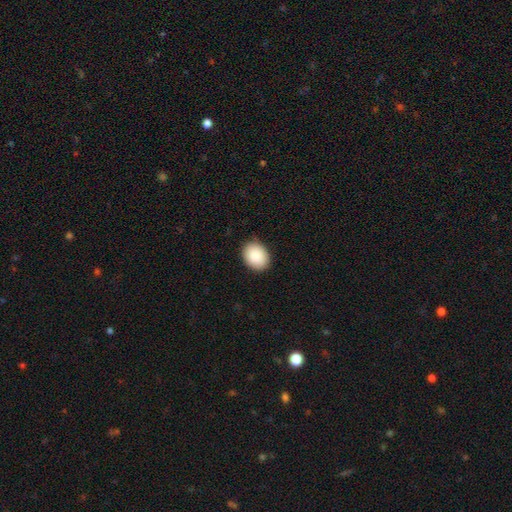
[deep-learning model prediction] Smooth or featured? Predicted: smooth (p=0.87). How rounded? Predicted: in between (p=0.56). Merging? Predicted: none (p=0.88).